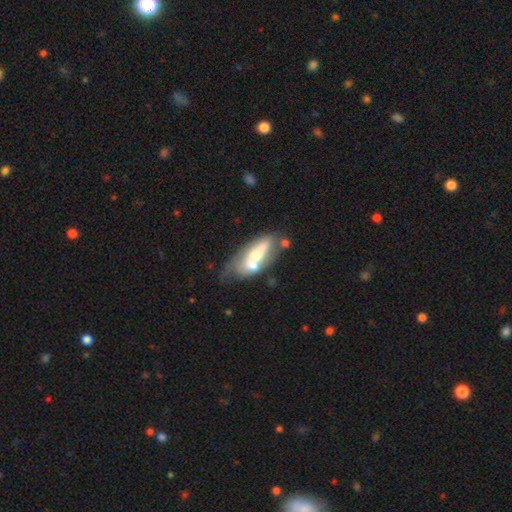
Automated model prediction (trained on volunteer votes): Smooth or featured? smooth (47%)
Merging? merger (35%)